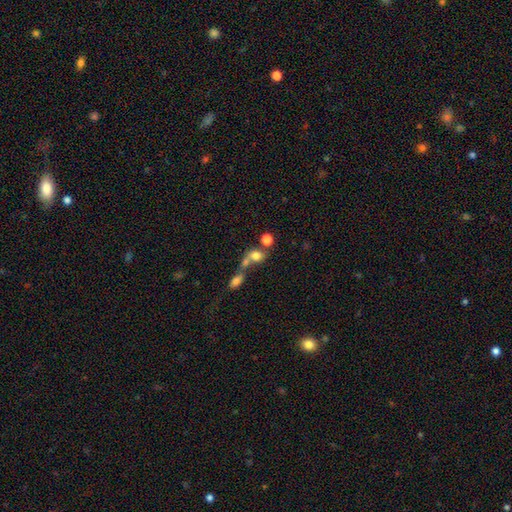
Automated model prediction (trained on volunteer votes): Q: Smooth or featured?
A: smooth (72%); runner-up: featured or disk (16%)
Q: How rounded?
A: round (54%); runner-up: in between (44%)
Q: Merging?
A: merger (65%); runner-up: none (22%)